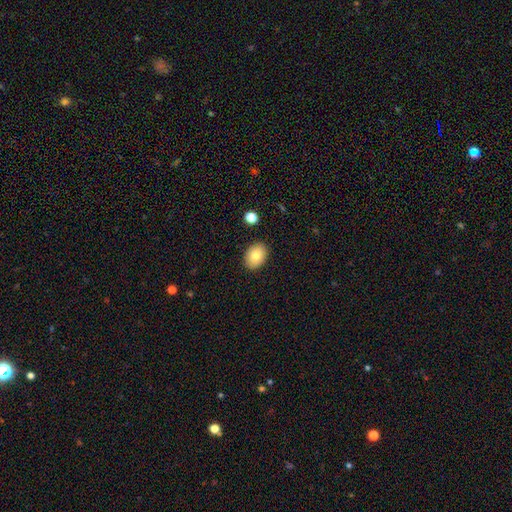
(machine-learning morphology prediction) smooth_or_featured: smooth (p=0.81) [alt: featured or disk p=0.11]
how_rounded: in between (p=0.73) [alt: round p=0.26]
merging: none (p=0.89) [alt: minor disturbance p=0.08]